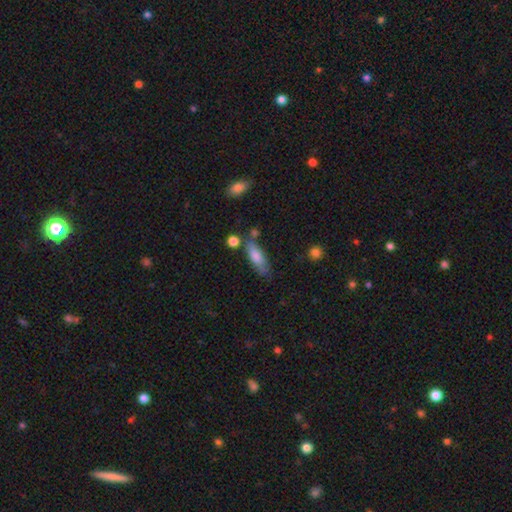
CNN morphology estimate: type=smooth (71%); roundness=in between (51%); merging=none (63%).